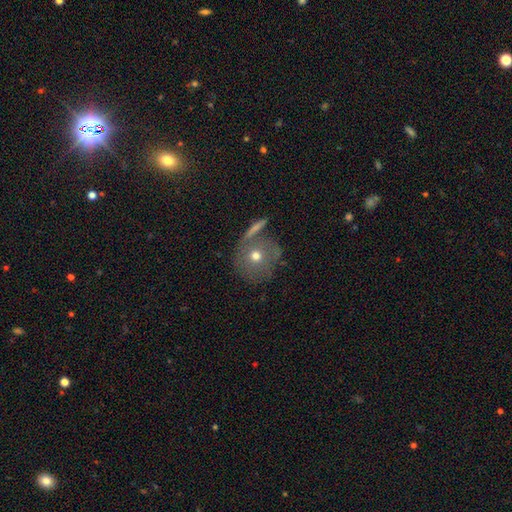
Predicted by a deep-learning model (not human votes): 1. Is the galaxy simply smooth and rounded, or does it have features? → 62% smooth, 28% featured or disk, 10% star or artifact.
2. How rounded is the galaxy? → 90% round, 9% in between, 1% cigar-shaped.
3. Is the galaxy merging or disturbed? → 67% none, 14% merger, 13% minor disturbance, 6% major disturbance.